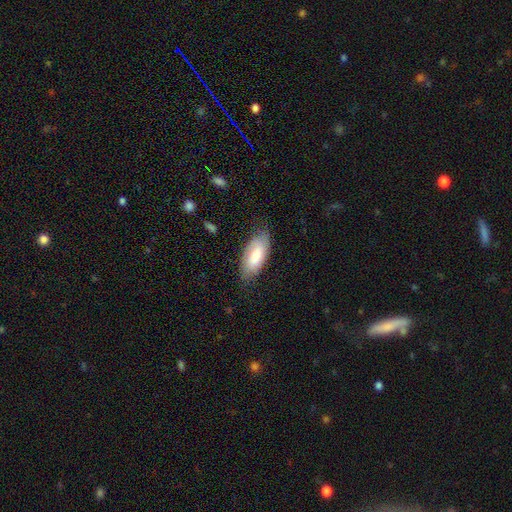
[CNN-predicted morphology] This appears to be a smooth galaxy with no disk features (74%) that is in between round and cigar-shaped (86%). Merging: none (70%).